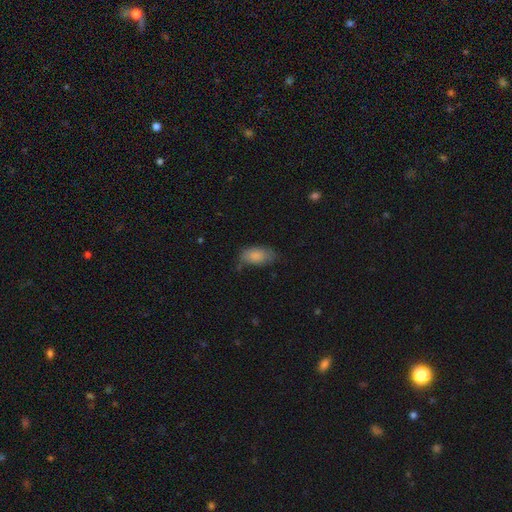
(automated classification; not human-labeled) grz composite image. It shows a smooth galaxy with no disk features (82%) that is in between round and cigar-shaped (92%). Merging: none (55%).